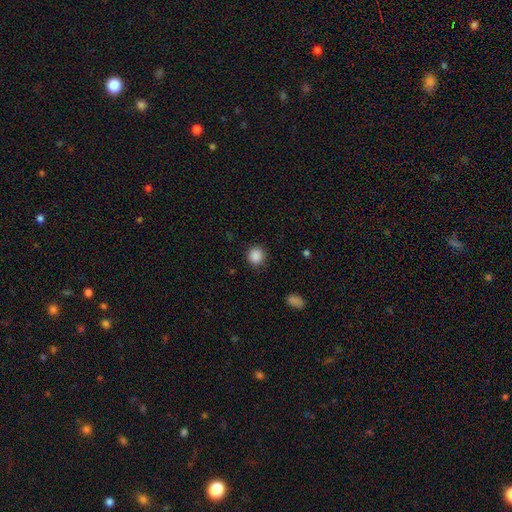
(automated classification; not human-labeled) smooth 87%, star or artifact 10%, featured or disk 3%. Down the decision tree: how rounded — round (92%); merging — none (89%).